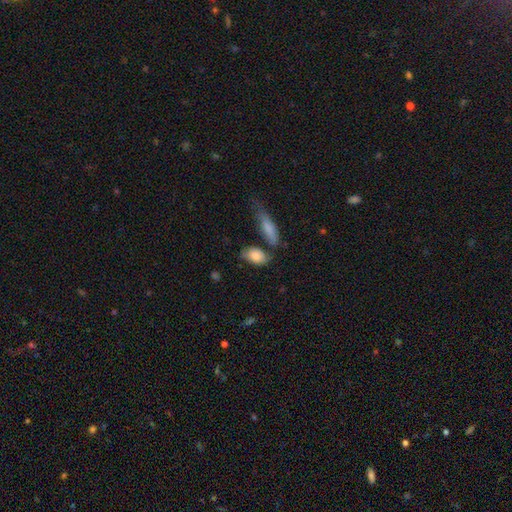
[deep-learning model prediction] This appears to be a smooth galaxy with no disk features (79%) that is in between round and cigar-shaped (87%). Merging: none (57%).